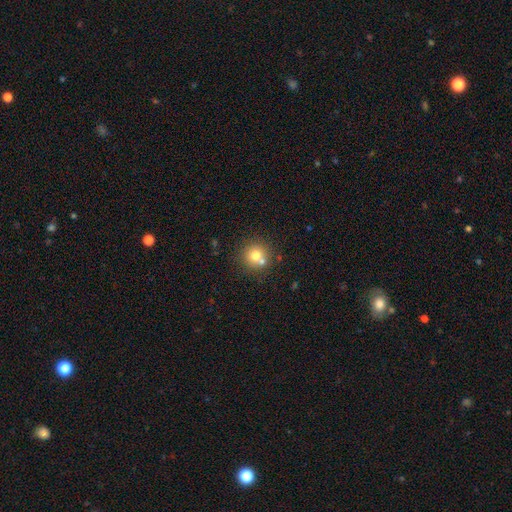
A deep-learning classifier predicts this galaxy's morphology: Q: Smooth or featured?
A: smooth (72%); runner-up: featured or disk (15%)
Q: How rounded?
A: round (91%); runner-up: in between (8%)
Q: Merging?
A: none (63%); runner-up: merger (26%)